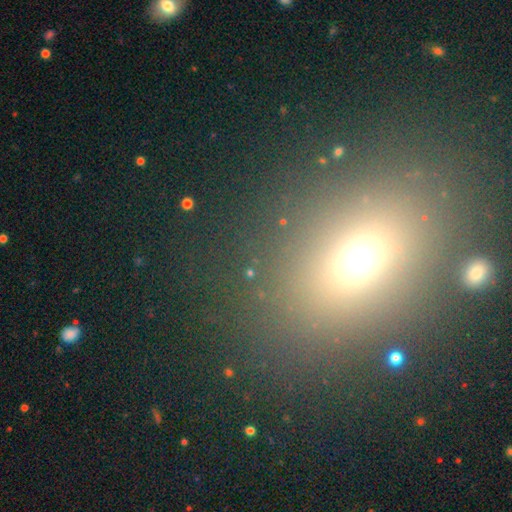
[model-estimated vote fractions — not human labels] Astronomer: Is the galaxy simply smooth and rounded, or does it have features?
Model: smooth — 55% (runner-up: star or artifact, 35%).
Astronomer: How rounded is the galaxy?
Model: in between — 51% (runner-up: round, 46%).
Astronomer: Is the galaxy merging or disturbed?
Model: none — 82%.